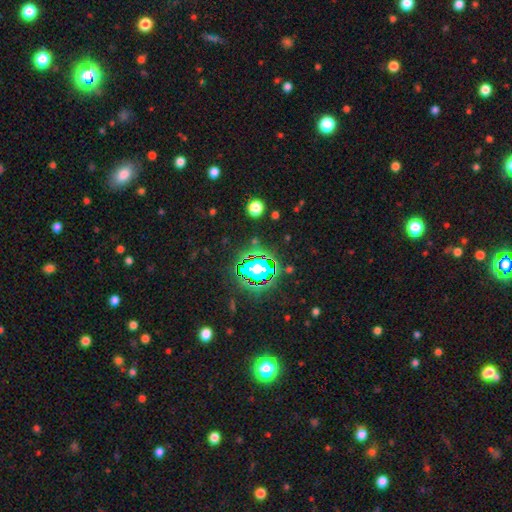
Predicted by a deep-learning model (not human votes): smooth-or-featured: star or artifact: 82% | smooth: 11% | featured or disk: 7%